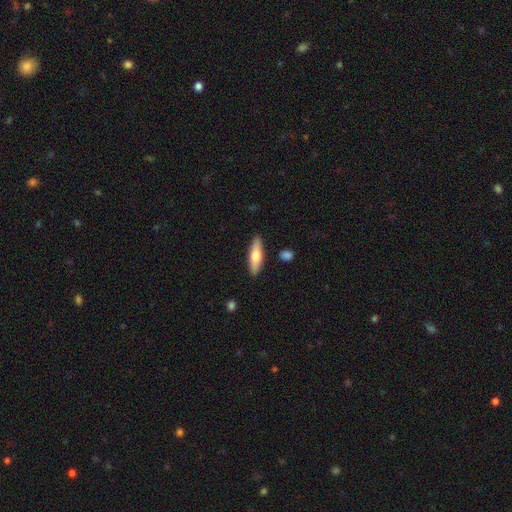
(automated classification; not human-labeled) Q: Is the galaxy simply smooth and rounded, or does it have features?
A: smooth — 61%.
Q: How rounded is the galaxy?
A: cigar-shaped — 59%.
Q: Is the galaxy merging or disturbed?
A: none — 88%.